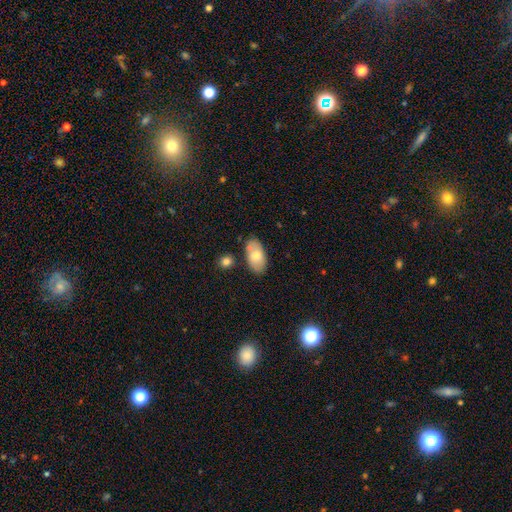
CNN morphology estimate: Smooth or featured? smooth (71%)
How rounded? in between (94%)
Merging? none (74%)